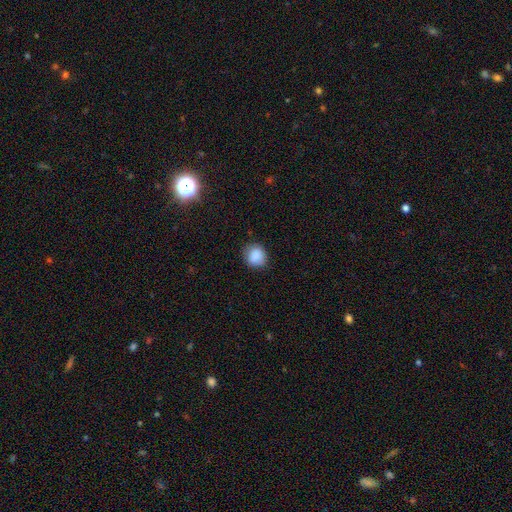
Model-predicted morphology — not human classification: Smooth or featured: smooth — 88% (star or artifact — 9%)
How rounded: round — 78% (in between — 21%)
Merging: none — 82% (minor disturbance — 13%)